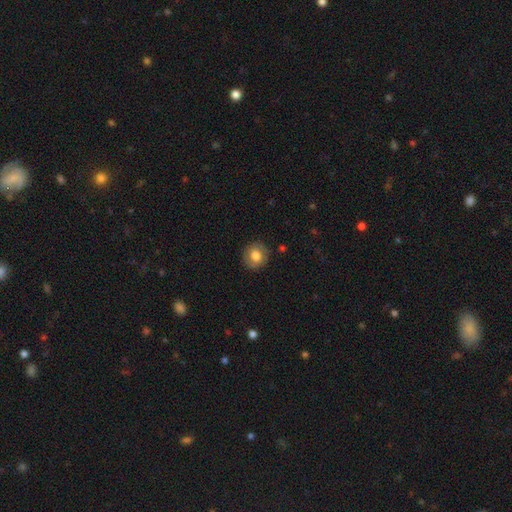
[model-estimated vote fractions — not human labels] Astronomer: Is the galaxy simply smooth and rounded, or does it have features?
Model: smooth — 70%.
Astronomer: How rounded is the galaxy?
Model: round — 86%.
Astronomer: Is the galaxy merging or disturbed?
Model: none — 85%.